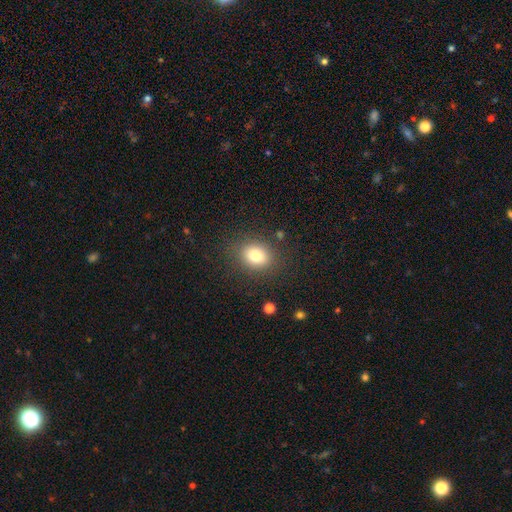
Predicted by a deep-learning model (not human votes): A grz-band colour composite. It shows a smooth galaxy with no disk features (79%) that is round (53%). Merging: none (85%).